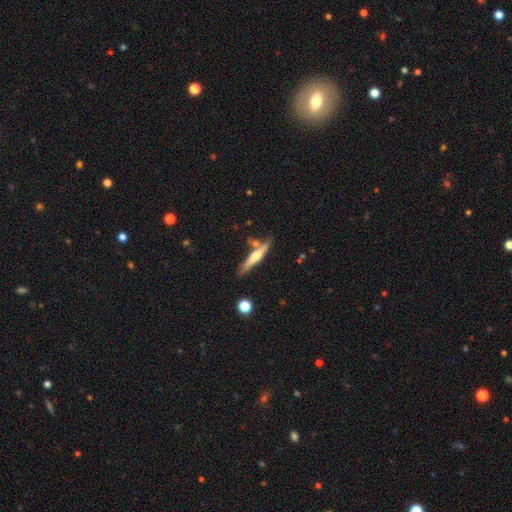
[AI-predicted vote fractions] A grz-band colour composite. It shows a featured or disk galaxy (50%). Merging: none (72%).